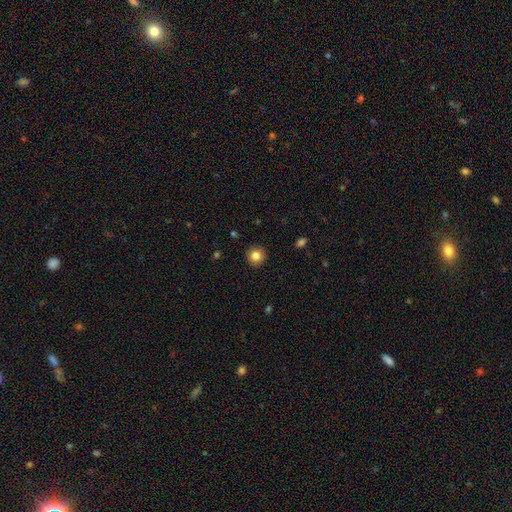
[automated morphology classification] Q: Smooth or featured?
A: smooth (84%); runner-up: star or artifact (11%)
Q: How rounded?
A: round (94%); runner-up: in between (5%)
Q: Merging?
A: none (92%); runner-up: minor disturbance (5%)